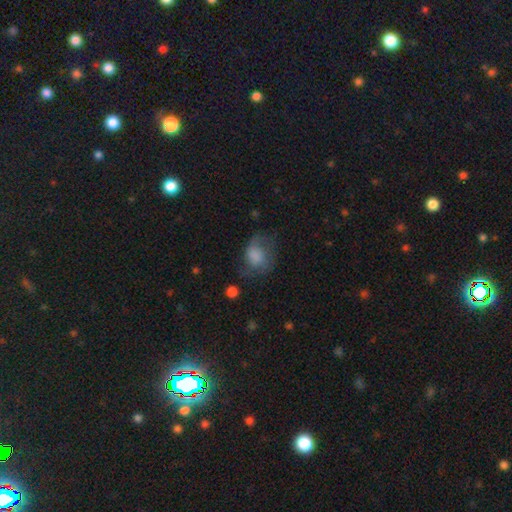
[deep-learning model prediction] A smooth galaxy with no disk features (63%) that is round (50%). Merging: none (40%).